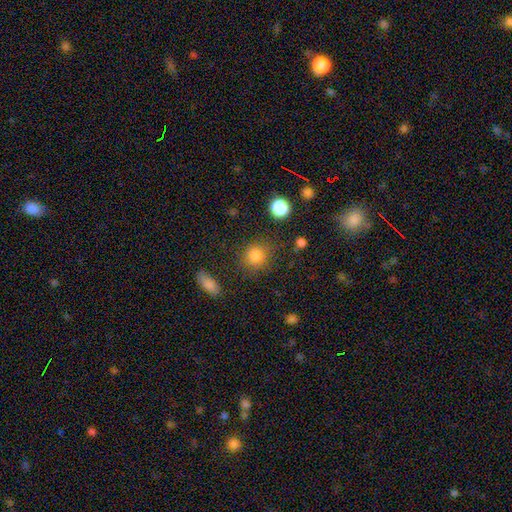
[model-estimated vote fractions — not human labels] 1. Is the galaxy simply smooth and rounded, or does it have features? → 82% smooth, 13% star or artifact, 5% featured or disk.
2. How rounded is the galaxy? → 85% round, 14% in between, 1% cigar-shaped.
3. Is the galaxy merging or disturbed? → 80% none, 12% minor disturbance, 5% major disturbance, 3% merger.